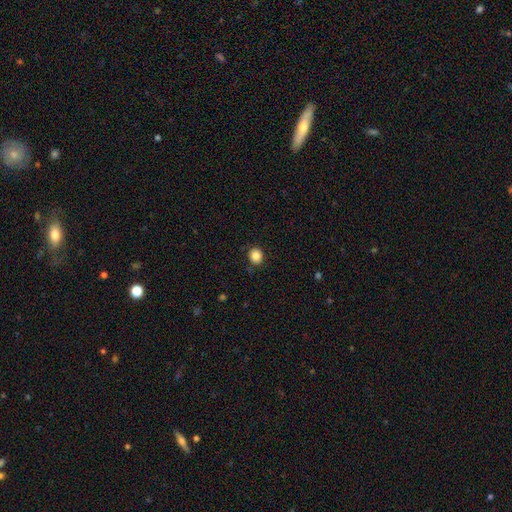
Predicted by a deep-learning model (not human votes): smooth 85%, star or artifact 10%, featured or disk 4%. Down the decision tree: how rounded — round (79%); merging — none (87%).